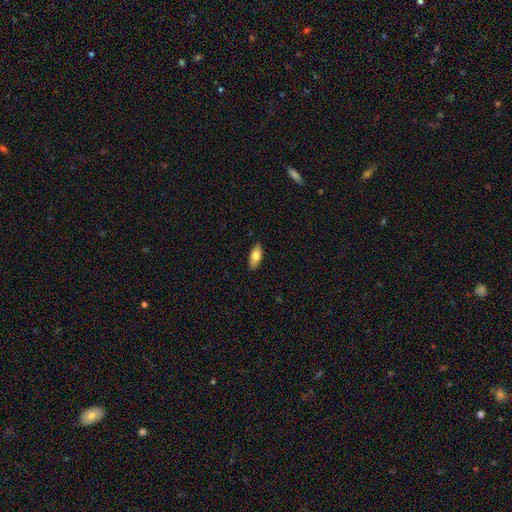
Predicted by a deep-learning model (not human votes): A smooth galaxy with no disk features (74%) that is in between round and cigar-shaped (82%).

Vote fractions:
- Smooth or featured? smooth: 74% / featured or disk: 19% / star or artifact: 6%
- How rounded? in between: 82% / cigar-shaped: 16% / round: 3%
- Merging? none: 89% / minor disturbance: 9% / major disturbance: 2% / merger: 1%